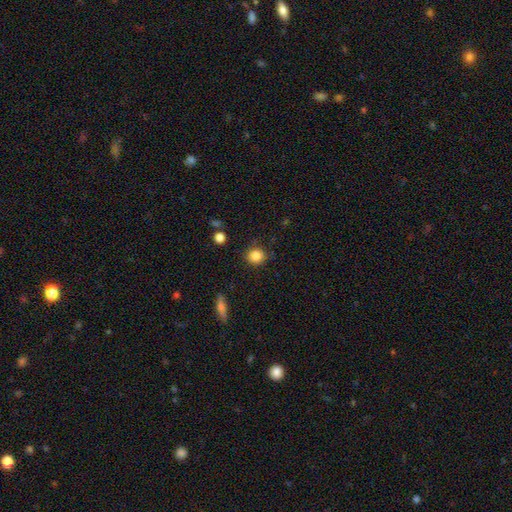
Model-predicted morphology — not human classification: This is clearly a smooth galaxy (86%). How rounded: clearly round (85%). Merging: clearly none (87%).